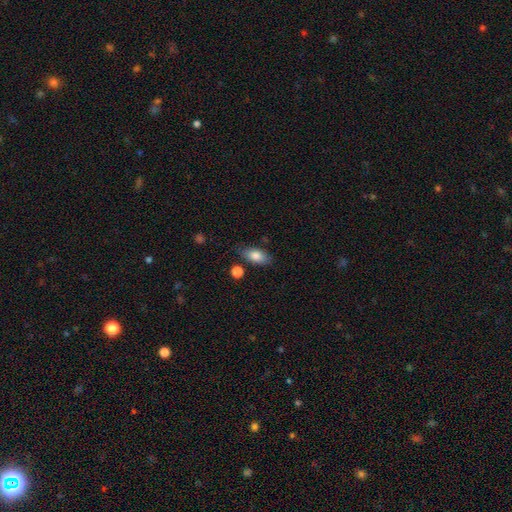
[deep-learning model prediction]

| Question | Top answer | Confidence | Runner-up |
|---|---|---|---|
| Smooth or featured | smooth | 82% | featured or disk (10%) |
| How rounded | in between | 88% | cigar-shaped (7%) |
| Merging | none | 76% | minor disturbance (16%) |